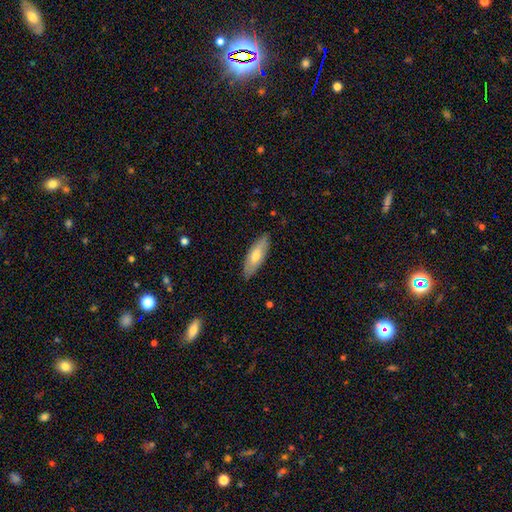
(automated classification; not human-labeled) Smooth or featured? Predicted: smooth (p=0.63). How rounded? Predicted: in between (p=0.64). Merging? Predicted: none (p=0.85).